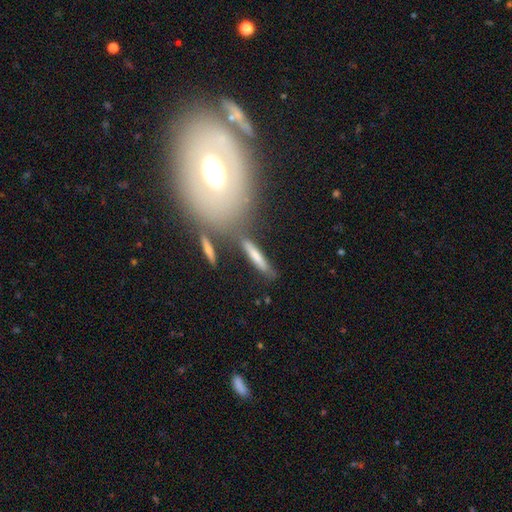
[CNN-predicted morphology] Smooth or featured? smooth (70%)
How rounded? cigar-shaped (87%)
Merging? none (72%)